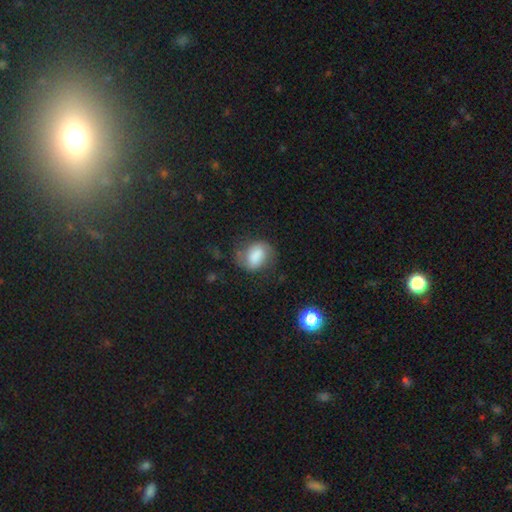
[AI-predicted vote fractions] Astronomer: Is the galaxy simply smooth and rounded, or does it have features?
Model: smooth — 62%.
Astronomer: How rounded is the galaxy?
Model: in between — 65%.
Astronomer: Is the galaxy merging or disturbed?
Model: none — 56%.